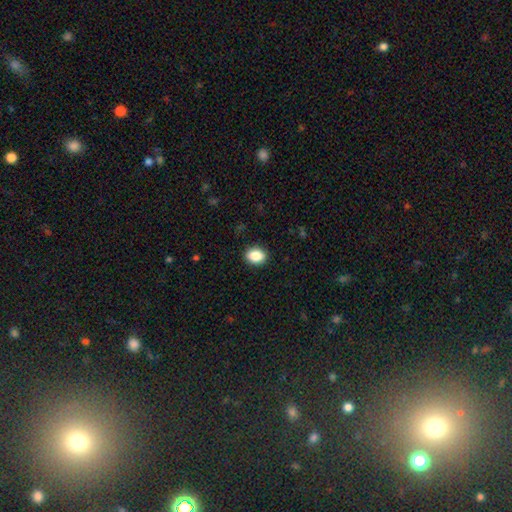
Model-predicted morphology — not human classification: A smooth galaxy with no disk features (87%) that is in between round and cigar-shaped (62%).

Vote fractions:
- Smooth or featured? smooth: 87% / star or artifact: 8% / featured or disk: 5%
- How rounded? in between: 62% / round: 37% / cigar-shaped: 1%
- Merging? none: 90% / minor disturbance: 7% / major disturbance: 2% / merger: 1%